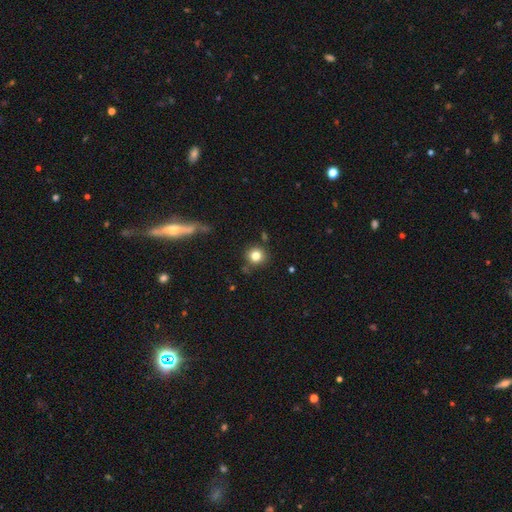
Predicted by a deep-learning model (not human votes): Smooth or featured: smooth — 80% (star or artifact — 12%)
How rounded: round — 91% (in between — 8%)
Merging: none — 83% (minor disturbance — 10%)